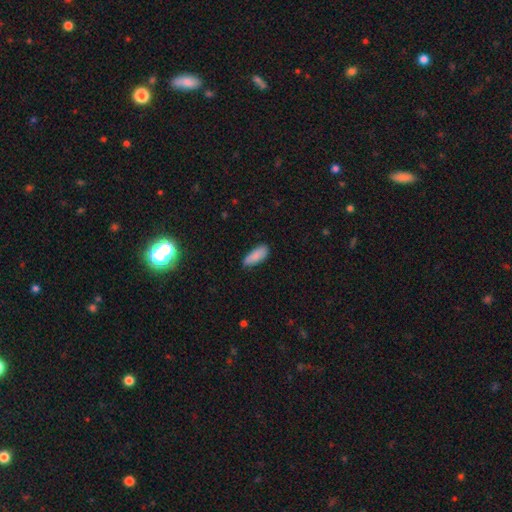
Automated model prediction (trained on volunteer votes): Overall: smooth (88%). How rounded: in between (74%). Merging: none (80%).